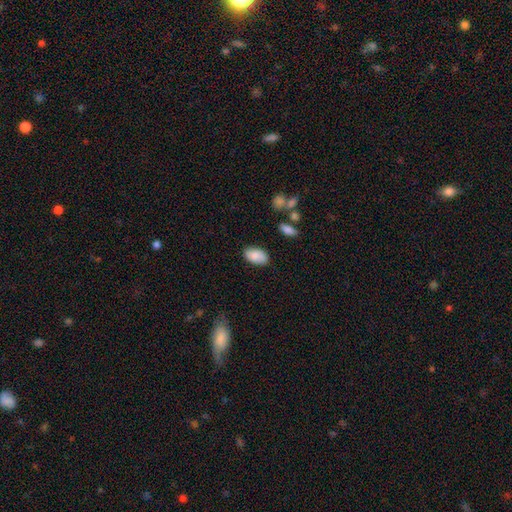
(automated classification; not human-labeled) This is clearly a smooth galaxy (87%). How rounded: clearly in between (93%). Merging: clearly none (82%).